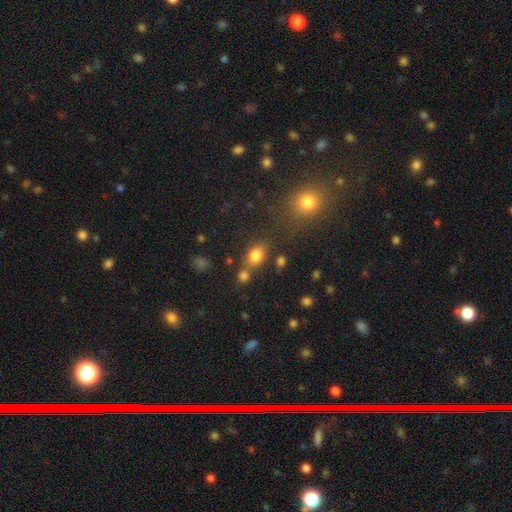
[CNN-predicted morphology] A smooth galaxy with no disk features (79%) that is in between round and cigar-shaped (62%). Merging: none (60%).